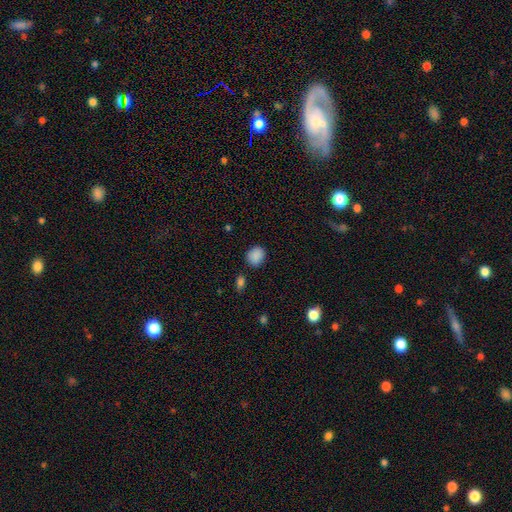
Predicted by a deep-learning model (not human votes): This is clearly a smooth galaxy (87%). How rounded: likely round (63%). Merging: likely none (79%).